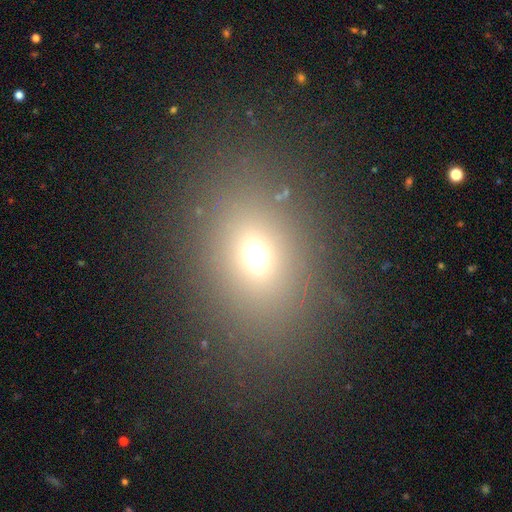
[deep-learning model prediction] This is likely a smooth galaxy (64%). How rounded: likely in between (62%). Merging: likely none (79%).